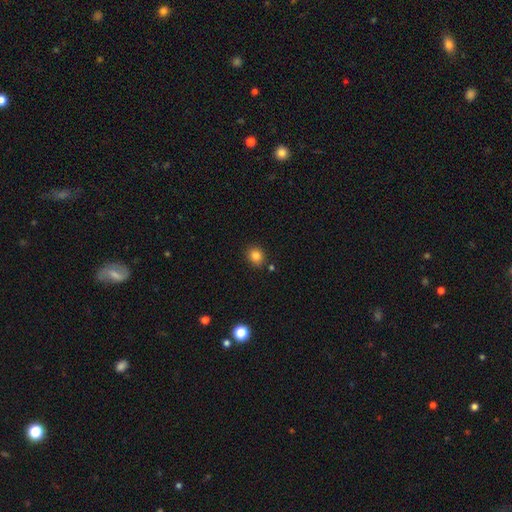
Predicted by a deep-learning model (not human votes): Morphology: type=smooth (83%); roundness=round (71%); merging=none (85%).